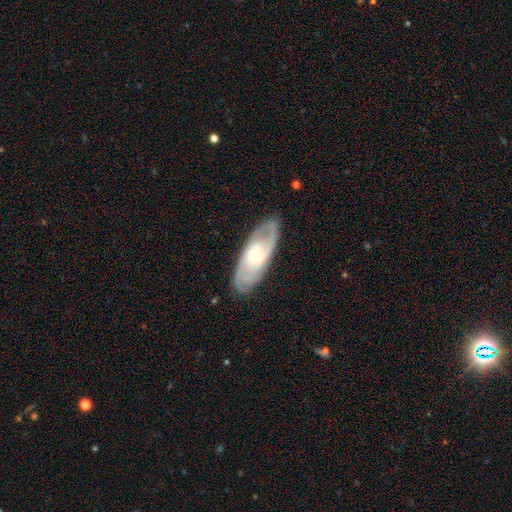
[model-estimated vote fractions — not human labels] Overall: featured or disk (78%). Edge-on disk: no (88%). Bar: no (63%; weak 31%). Spiral arms: yes (92%). Spiral arm count: 2 (45%; can't tell 28%). Spiral winding: tight (55%; medium 36%). Bulge size: moderate (48%; small 47%). Merging: none (83%).